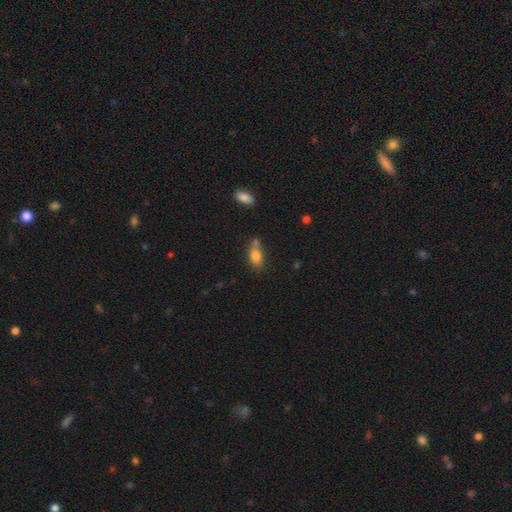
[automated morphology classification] smooth 80%, featured or disk 11%, star or artifact 9%. Down the decision tree: how rounded — in between (81%); merging — none (48%).